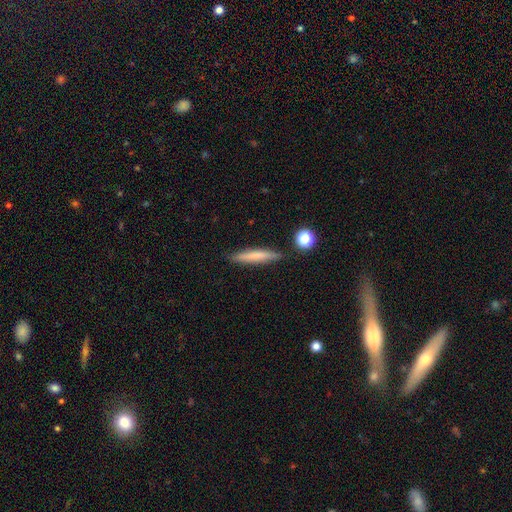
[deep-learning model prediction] smooth 68%, featured or disk 25%, star or artifact 7%. Down the decision tree: how rounded — cigar-shaped (92%); merging — none (86%).